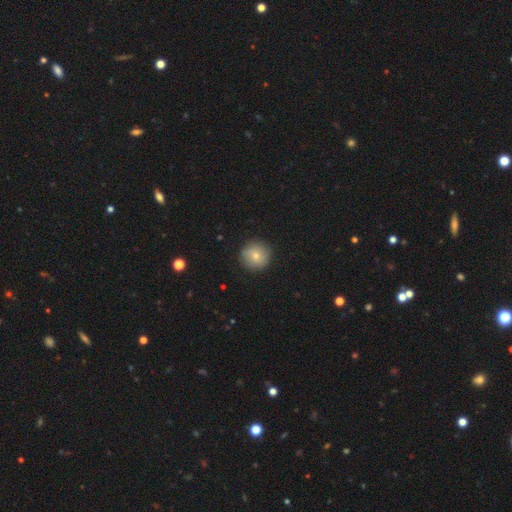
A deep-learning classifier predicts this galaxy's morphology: Smooth or featured: smooth — 76% (featured or disk — 15%)
How rounded: round — 94% (in between — 5%)
Merging: none — 88% (minor disturbance — 8%)